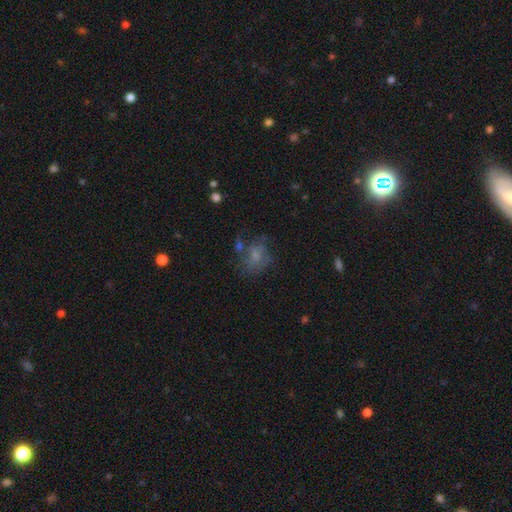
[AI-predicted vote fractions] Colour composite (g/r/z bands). It shows a smooth galaxy with no disk features (50%). Merging: none (44%).